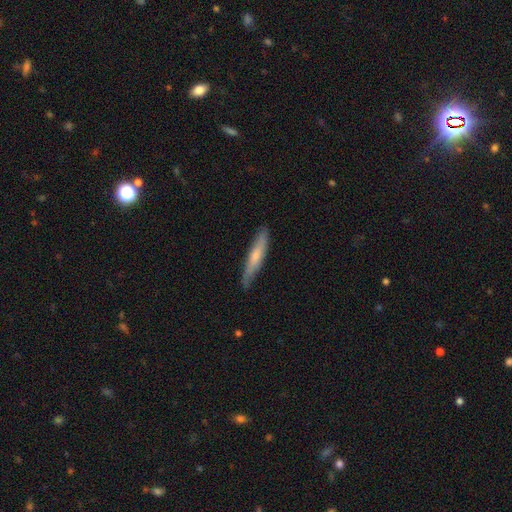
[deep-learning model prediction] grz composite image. It shows a smooth galaxy with no disk features (61%) that is cigar-shaped (91%). Merging: none (81%).